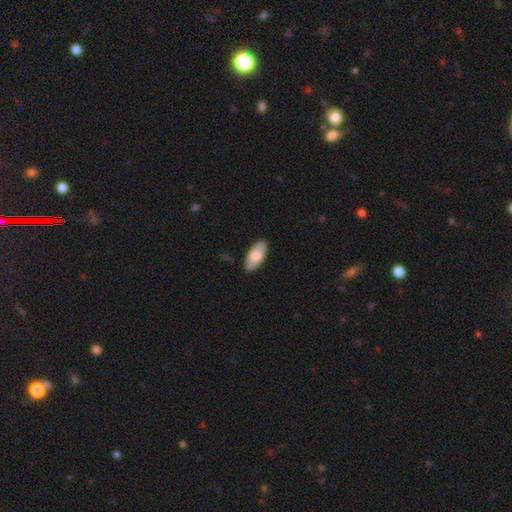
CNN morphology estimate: Smooth or featured: smooth — 81% (featured or disk — 13%)
How rounded: in between — 90% (cigar-shaped — 9%)
Merging: none — 86% (minor disturbance — 11%)